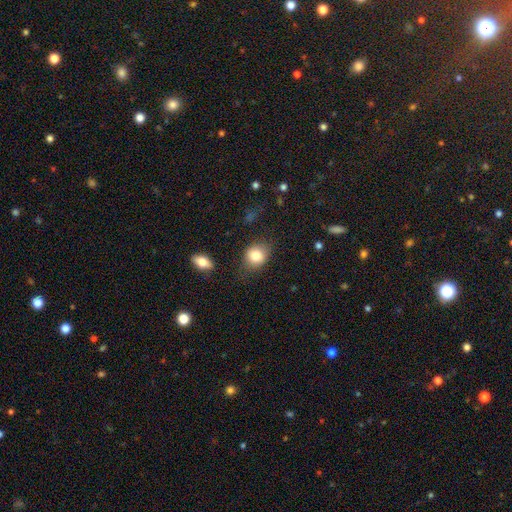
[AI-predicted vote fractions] A smooth galaxy with no disk features (82%) that is round (59%). Merging: none (71%).